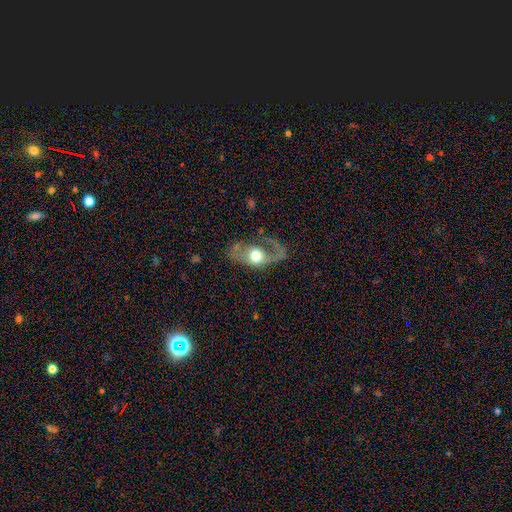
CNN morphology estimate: This is likely a featured or disk galaxy (62%). It is clearly not viewed edge-on (88%). Bar: likely no (79%). Spiral arm pattern: possibly yes (54%). Central bulge: likely moderate (61%). Merging: possibly none (49%).